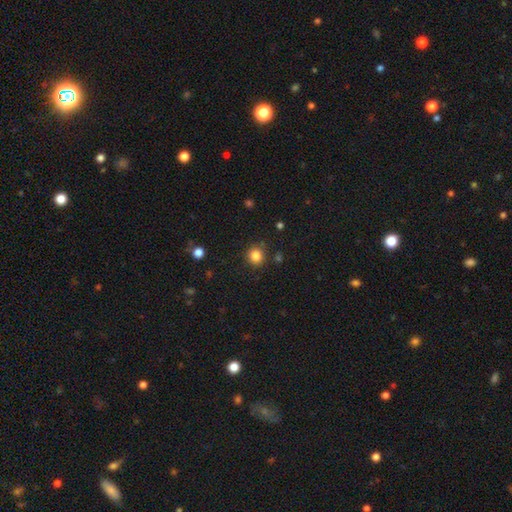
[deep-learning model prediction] smooth 84%, star or artifact 12%, featured or disk 4%. Down the decision tree: how rounded — round (89%); merging — none (87%).